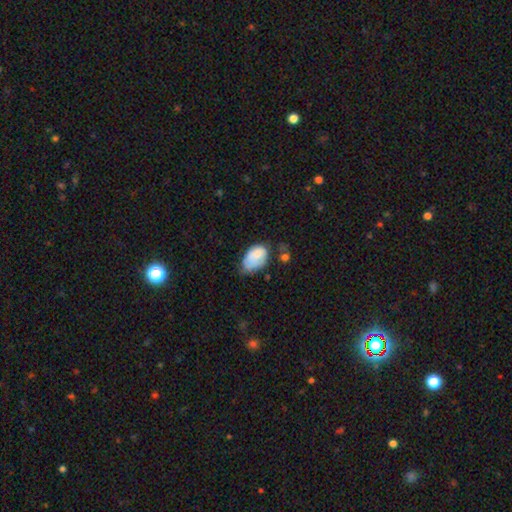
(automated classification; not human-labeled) Q: Smooth or featured?
A: smooth (78%); runner-up: featured or disk (15%)
Q: How rounded?
A: in between (90%); runner-up: round (8%)
Q: Merging?
A: minor disturbance (45%); runner-up: none (32%)